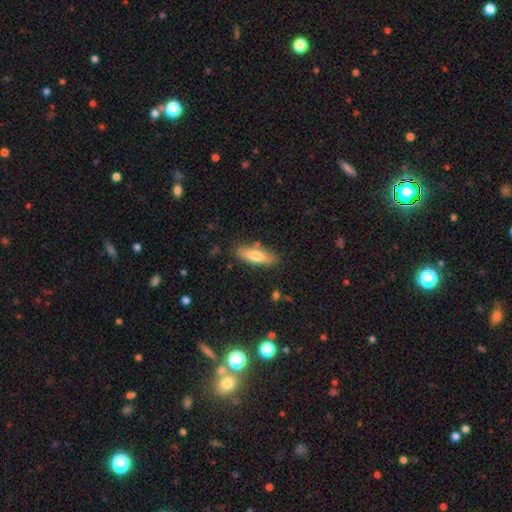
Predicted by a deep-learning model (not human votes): smooth_or_featured: smooth (p=0.71) [alt: featured or disk p=0.22]
how_rounded: in between (p=0.51) [alt: cigar-shaped p=0.47]
merging: none (p=0.80) [alt: minor disturbance p=0.14]